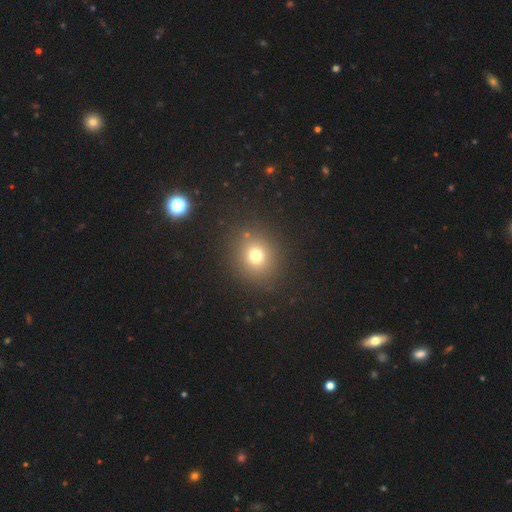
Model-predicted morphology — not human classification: Smooth or featured: smooth — 72% (star or artifact — 19%)
How rounded: round — 82% (in between — 17%)
Merging: none — 88% (minor disturbance — 7%)